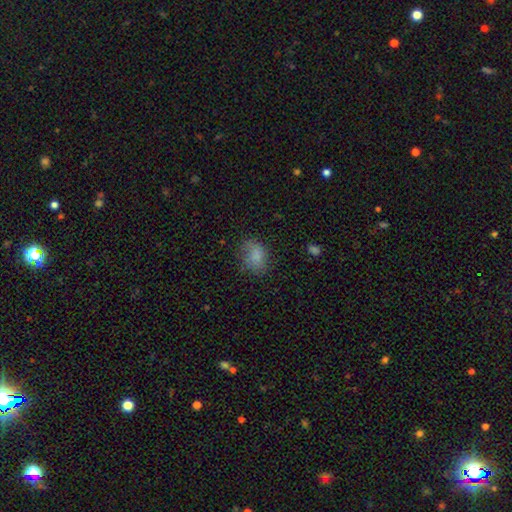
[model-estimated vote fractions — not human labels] This appears to be a smooth galaxy with no disk features (79%) that is in between round and cigar-shaped (66%). Merging: none (64%).